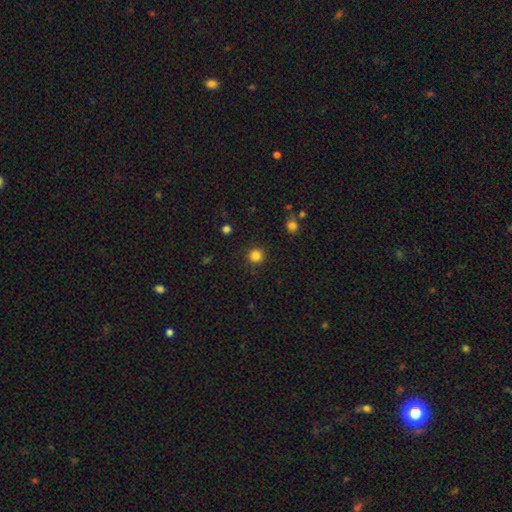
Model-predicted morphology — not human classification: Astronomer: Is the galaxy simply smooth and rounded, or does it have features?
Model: smooth — 84%.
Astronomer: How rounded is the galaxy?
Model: round — 95%.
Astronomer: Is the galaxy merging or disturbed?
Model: none — 91%.